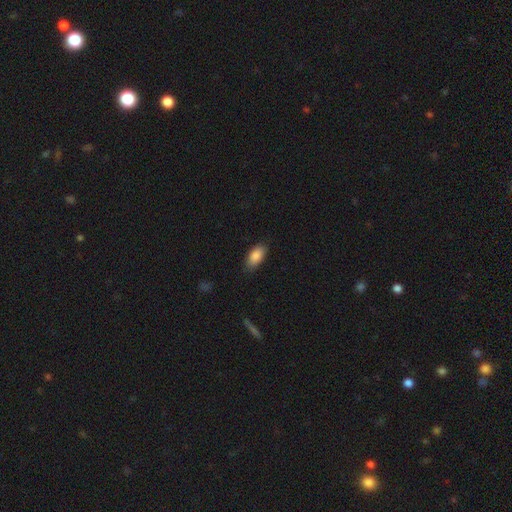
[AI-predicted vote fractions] smooth-or-featured: smooth: 87% | star or artifact: 7% | featured or disk: 6%
  how-rounded: in between: 92% | cigar-shaped: 5% | round: 3%
  merging: none: 83% | minor disturbance: 13% | major disturbance: 3% | merger: 1%